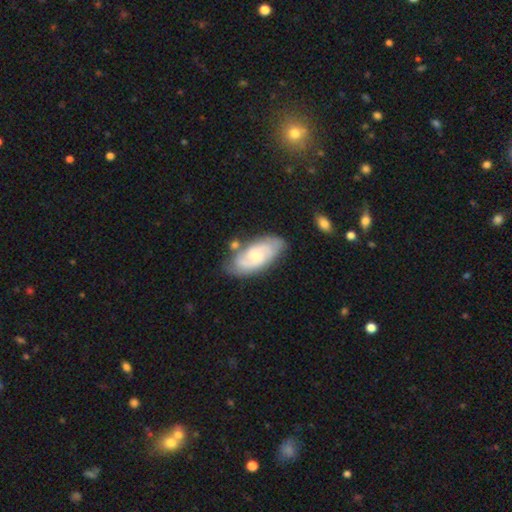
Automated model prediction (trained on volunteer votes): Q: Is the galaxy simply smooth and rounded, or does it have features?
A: featured or disk — 66%.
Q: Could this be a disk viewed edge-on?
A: no — 94%.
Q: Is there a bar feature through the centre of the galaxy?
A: no — 46%.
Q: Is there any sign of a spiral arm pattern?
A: yes — 91%.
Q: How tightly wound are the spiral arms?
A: medium — 45%.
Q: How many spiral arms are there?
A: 2 — 67%.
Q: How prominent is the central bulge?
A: small — 47%.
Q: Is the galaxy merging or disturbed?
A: none — 68%.